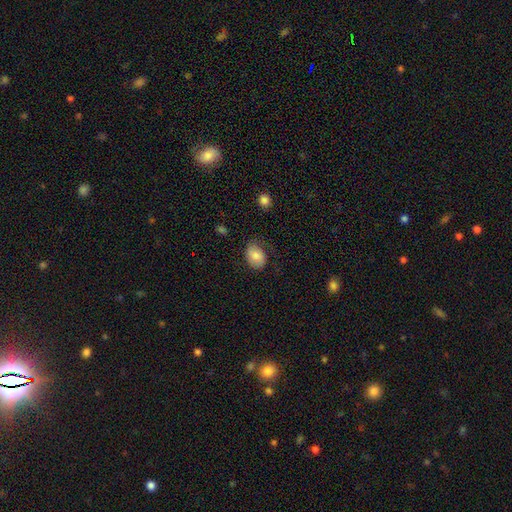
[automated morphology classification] A smooth galaxy with no disk features (77%) that is in between round and cigar-shaped (73%).

Vote fractions:
- Smooth or featured? smooth: 77% / featured or disk: 16% / star or artifact: 8%
- How rounded? in between: 73% / round: 26% / cigar-shaped: 1%
- Merging? none: 64% / minor disturbance: 24% / major disturbance: 10% / merger: 2%